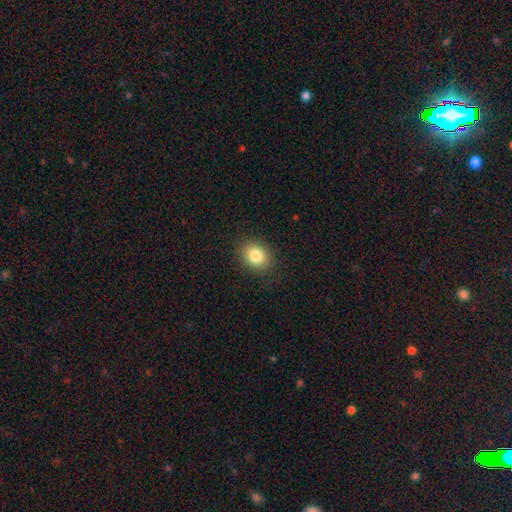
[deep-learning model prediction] A smooth galaxy with no disk features (84%) that is in between round and cigar-shaped (52%).

Vote fractions:
- Smooth or featured? smooth: 84% / star or artifact: 10% / featured or disk: 7%
- How rounded? in between: 52% / round: 47% / cigar-shaped: 1%
- Merging? none: 88% / minor disturbance: 9% / major disturbance: 3% / merger: 1%